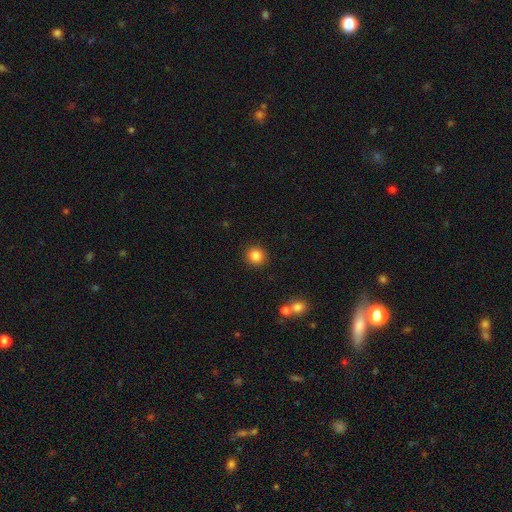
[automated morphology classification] Smooth or featured? smooth (84%)
How rounded? round (92%)
Merging? none (90%)